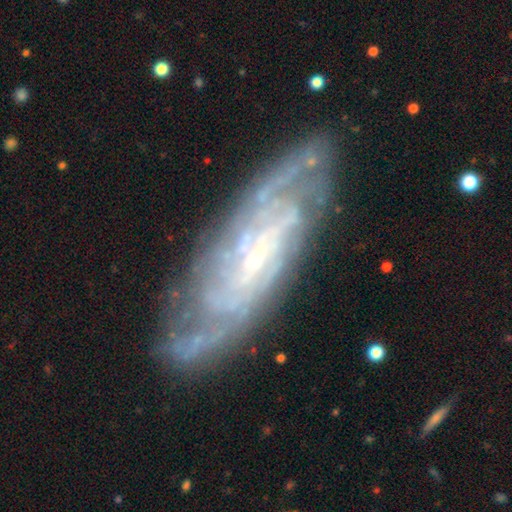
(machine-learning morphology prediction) This appears to be a featured or disk galaxy (85%) with a weak bar (43%), tight (68%) spiral arms (96%) and a small central bulge (74%). Merging: none (80%).